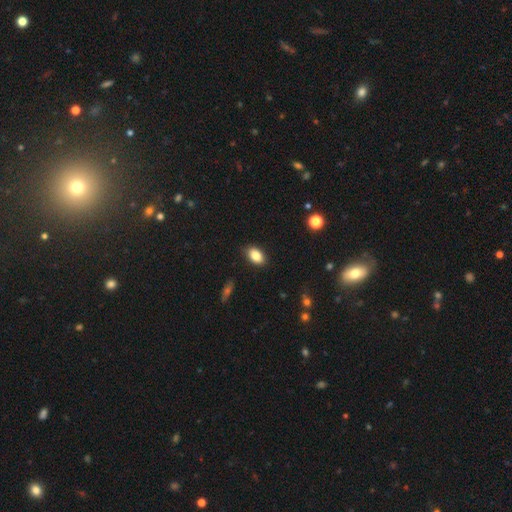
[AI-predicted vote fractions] Smooth or featured: smooth — 85% (star or artifact — 8%)
How rounded: in between — 89% (round — 9%)
Merging: none — 87% (minor disturbance — 10%)